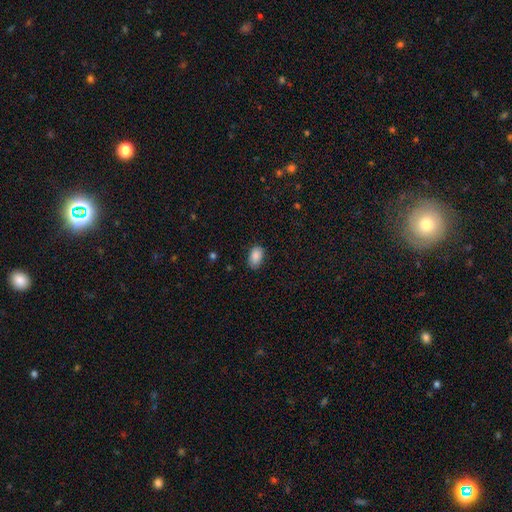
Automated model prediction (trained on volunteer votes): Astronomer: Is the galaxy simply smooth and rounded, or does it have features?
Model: smooth — 88%.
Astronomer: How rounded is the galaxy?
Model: in between — 90%.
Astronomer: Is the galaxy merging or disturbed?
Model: none — 81%.